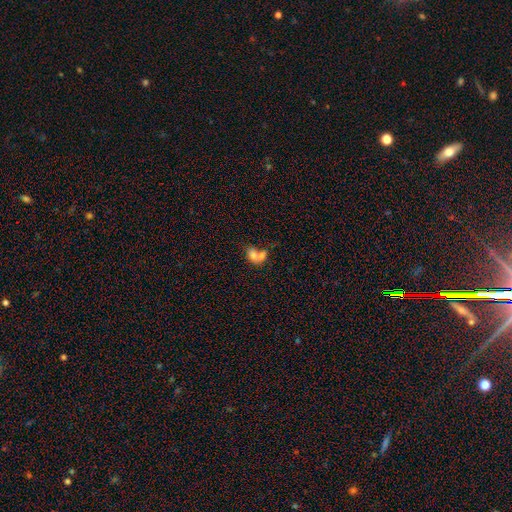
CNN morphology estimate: A smooth galaxy with no disk features (72%) that is in between round and cigar-shaped (75%). Merging: merger (70%).